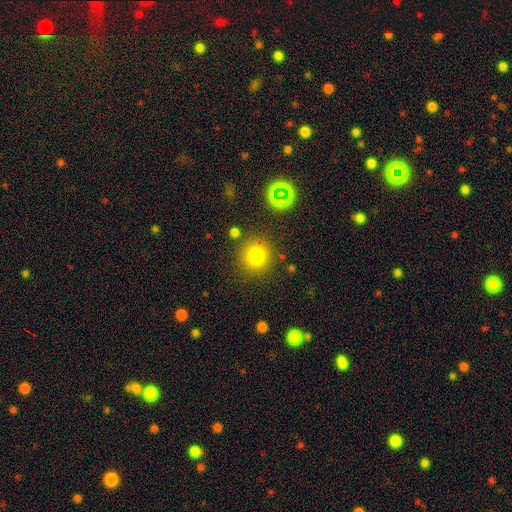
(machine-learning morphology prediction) type=smooth (78%); roundness=round (92%); merging=none (83%).